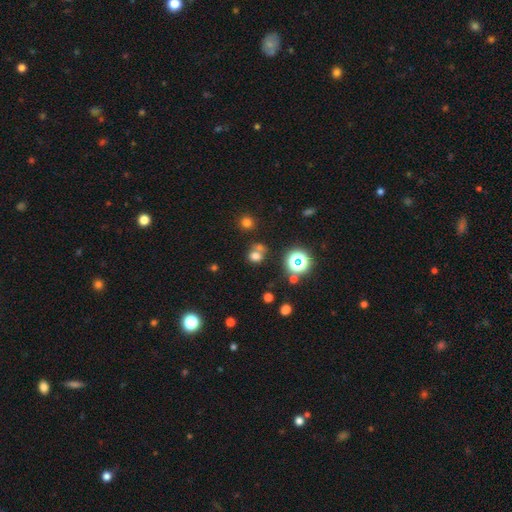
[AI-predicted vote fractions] Smooth or featured? Predicted: smooth (p=0.63). How rounded? Predicted: round (p=0.71). Merging? Predicted: none (p=0.51).